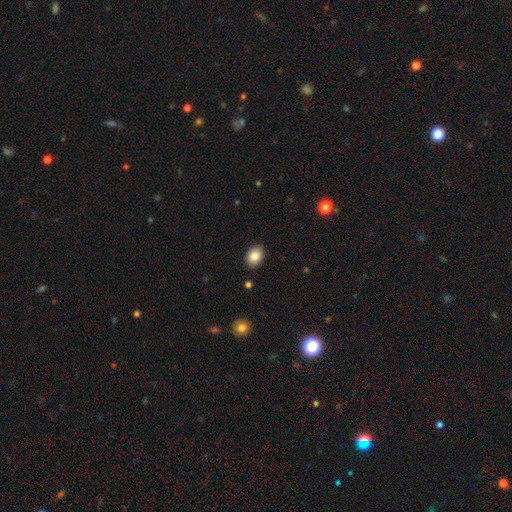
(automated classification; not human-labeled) This is clearly a smooth galaxy (86%). How rounded: likely in between (75%). Merging: clearly none (88%).